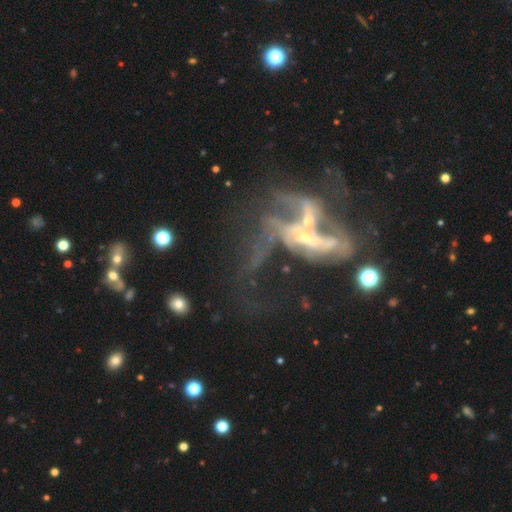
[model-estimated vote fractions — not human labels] smooth-or-featured: featured or disk: 72% | star or artifact: 16% | smooth: 12%
  disk-edge-on: no: 88% | yes: 12%
    bar: no: 60% | weak: 23% | strong: 16%
    has-spiral-arms: yes: 54% | no: 46%
    bulge-size: small: 46% | moderate: 34% | none: 14% | large: 4% | dominant: 2%
  merging: merger: 52% | major disturbance: 28% | none: 13% | minor disturbance: 7%